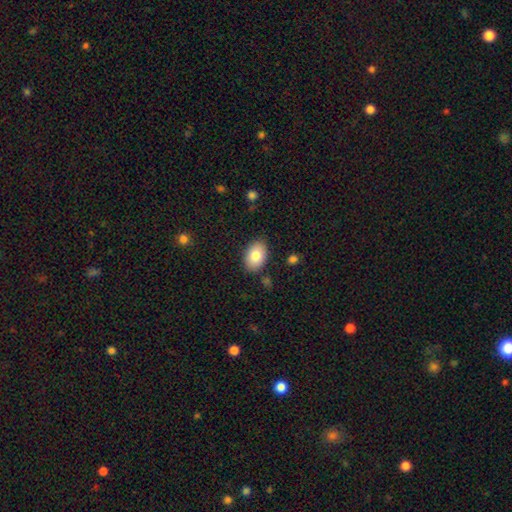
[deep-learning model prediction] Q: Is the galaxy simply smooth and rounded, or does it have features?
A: smooth — 81%.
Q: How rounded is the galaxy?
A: in between — 88%.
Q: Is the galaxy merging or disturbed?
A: none — 86%.